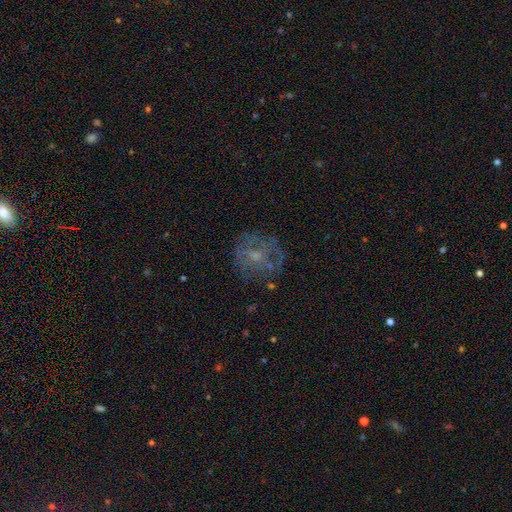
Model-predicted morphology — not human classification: This appears to be a featured or disk galaxy (56%) with no bar (68%), no spiral arms (60%) and a small central bulge (47%). Merging: none (64%).